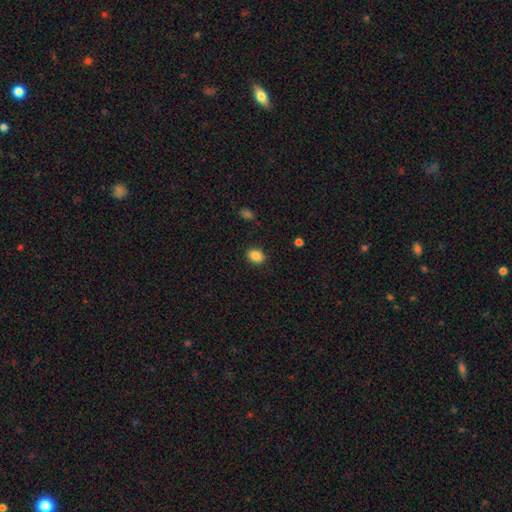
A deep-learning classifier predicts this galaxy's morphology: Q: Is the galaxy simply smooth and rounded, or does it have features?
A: smooth — 86%.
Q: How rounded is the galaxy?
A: in between — 66%.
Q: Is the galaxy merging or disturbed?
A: none — 88%.